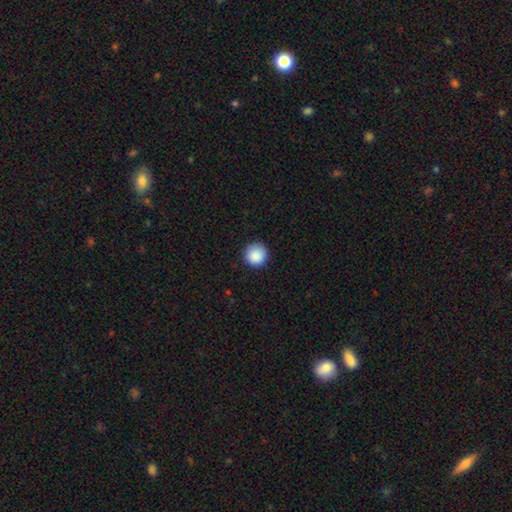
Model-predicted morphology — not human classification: type=smooth (89%); roundness=round (96%); merging=none (90%).